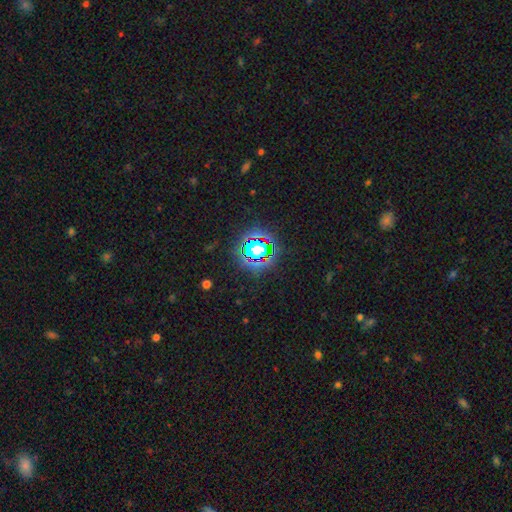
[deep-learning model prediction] Smooth or featured?
  - star or artifact: 80% *
  - smooth: 13%
  - featured or disk: 7%